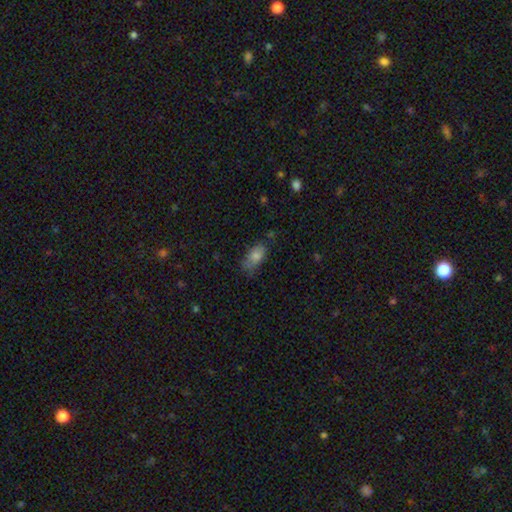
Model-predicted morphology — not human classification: A smooth galaxy with no disk features (77%) that is in between round and cigar-shaped (86%). Merging: none (56%).